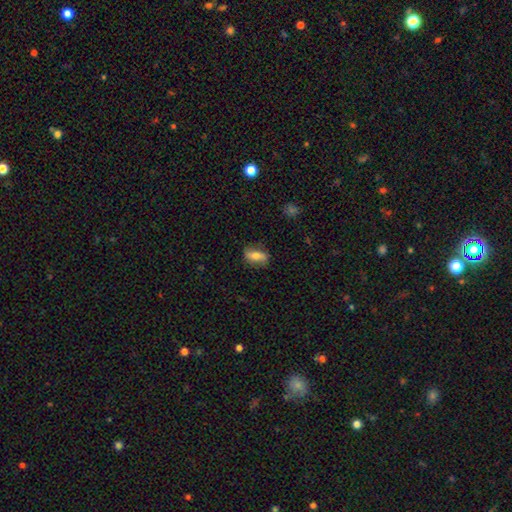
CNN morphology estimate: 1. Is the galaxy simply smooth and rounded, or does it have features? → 68% smooth, 24% featured or disk, 7% star or artifact.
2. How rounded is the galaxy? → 78% in between, 16% cigar-shaped, 6% round.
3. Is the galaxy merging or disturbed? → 76% none, 18% minor disturbance, 5% major disturbance, 1% merger.